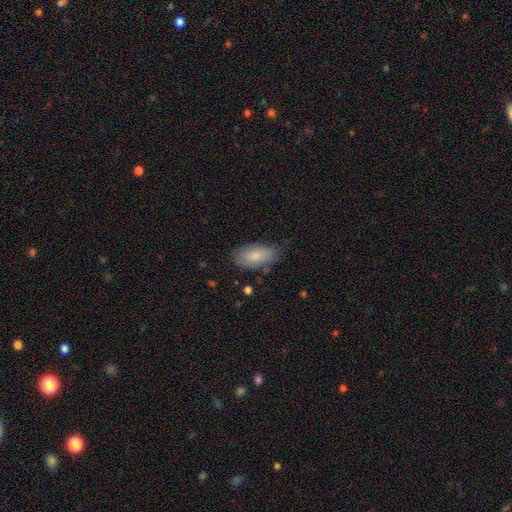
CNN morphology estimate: A smooth galaxy with no disk features (81%) that is in between round and cigar-shaped (92%).

Vote fractions:
- Smooth or featured? smooth: 81% / featured or disk: 12% / star or artifact: 6%
- How rounded? in between: 92% / cigar-shaped: 5% / round: 3%
- Merging? none: 72% / minor disturbance: 22% / major disturbance: 4% / merger: 2%